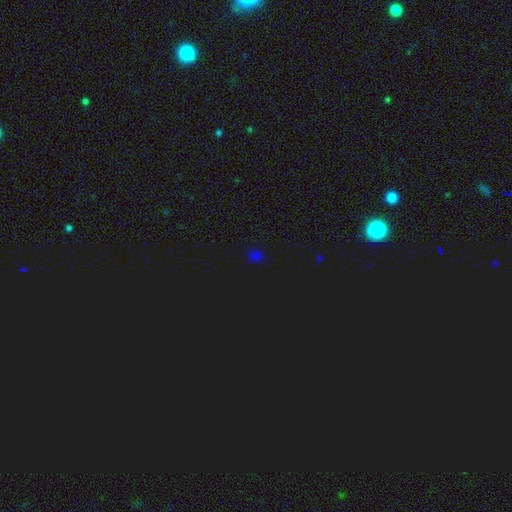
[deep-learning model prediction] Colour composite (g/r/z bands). It shows a smooth galaxy with no disk features (53%) that is round (81%). Merging: none (86%).